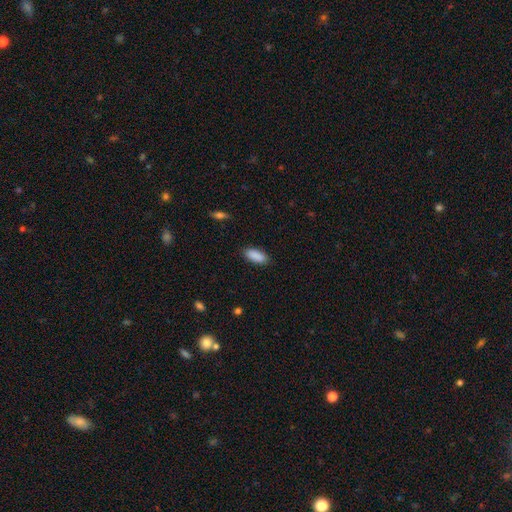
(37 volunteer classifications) A smooth galaxy with no disk features (97%) that is in between round and cigar-shaped (89%). Merging: none (86%).